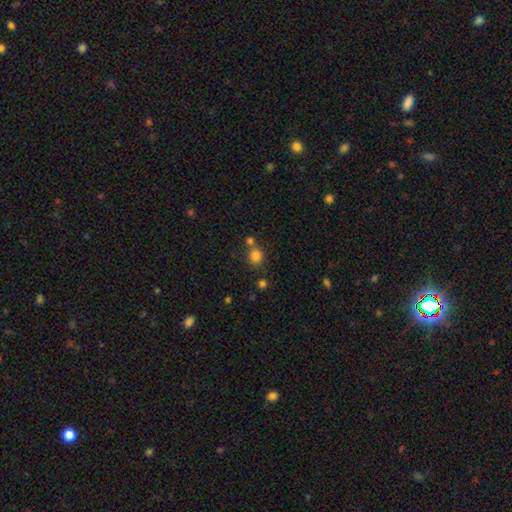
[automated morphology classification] Smooth or featured? Predicted: smooth (p=0.81). How rounded? Predicted: round (p=0.81). Merging? Predicted: none (p=0.64).